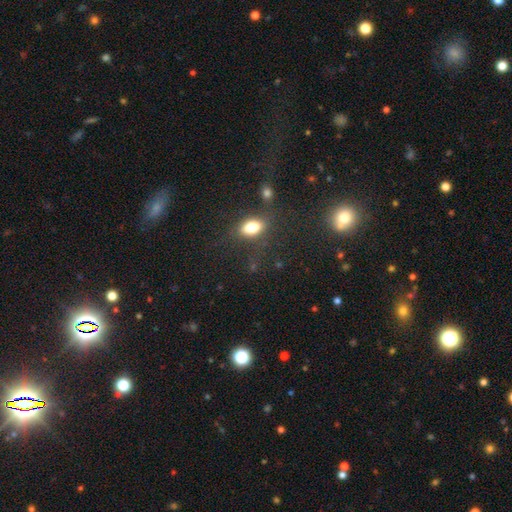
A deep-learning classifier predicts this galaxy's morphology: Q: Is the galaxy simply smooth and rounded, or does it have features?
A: smooth — 58%.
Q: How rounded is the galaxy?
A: in between — 61%.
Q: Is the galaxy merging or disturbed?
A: none — 68%.